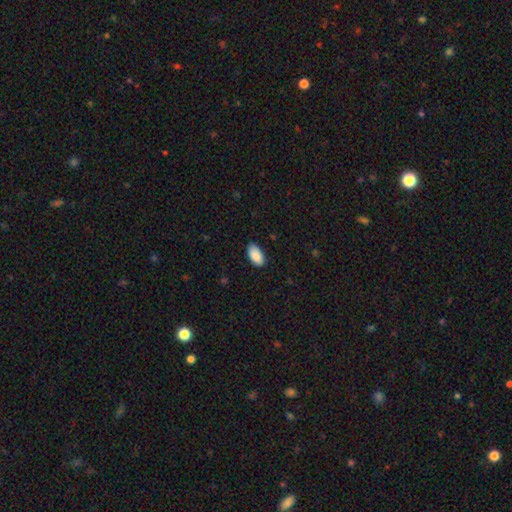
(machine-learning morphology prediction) Overall: smooth (88%). How rounded: in between (95%). Merging: none (85%).